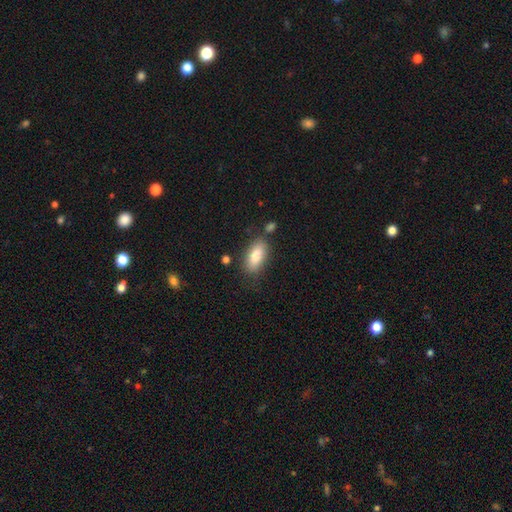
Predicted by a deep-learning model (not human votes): A smooth galaxy with no disk features (82%) that is in between round and cigar-shaped (86%).

Vote fractions:
- Smooth or featured? smooth: 82% / featured or disk: 11% / star or artifact: 7%
- How rounded? in between: 86% / cigar-shaped: 12% / round: 3%
- Merging? none: 76% / minor disturbance: 15% / merger: 5% / major disturbance: 4%